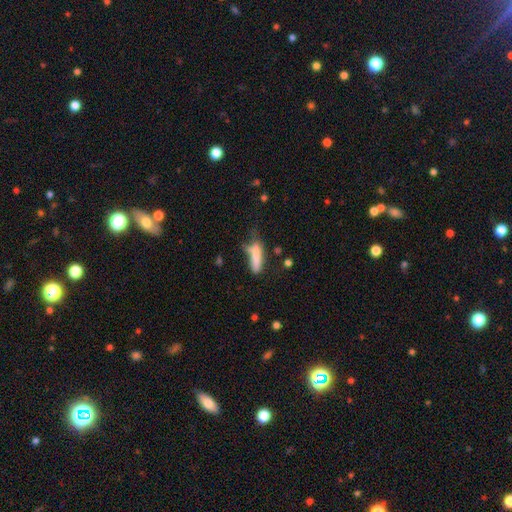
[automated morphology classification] The model was most divided on "merging": none: 40%, minor disturbance: 28%, major disturbance: 19%, merger: 13%. More confident: smooth or featured — smooth (74%); how rounded — cigar-shaped (70%).